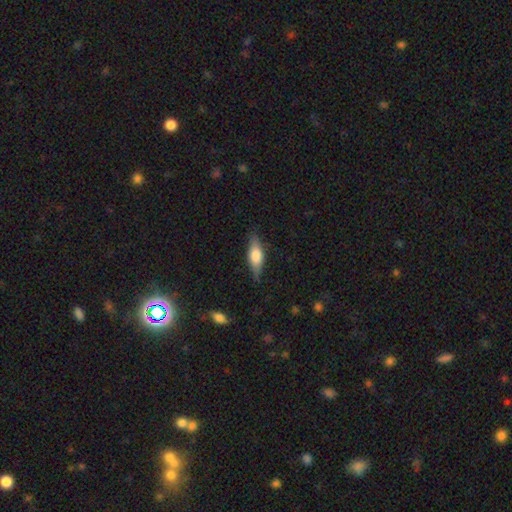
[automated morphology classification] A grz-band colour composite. It shows a smooth galaxy with no disk features (56%) that is in between round and cigar-shaped (60%). Merging: none (81%).